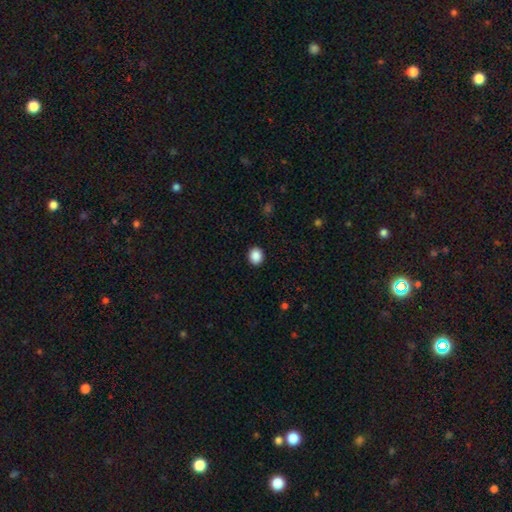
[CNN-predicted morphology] Q: Smooth or featured?
A: smooth (89%); runner-up: star or artifact (9%)
Q: How rounded?
A: round (66%); runner-up: in between (33%)
Q: Merging?
A: none (92%); runner-up: minor disturbance (5%)